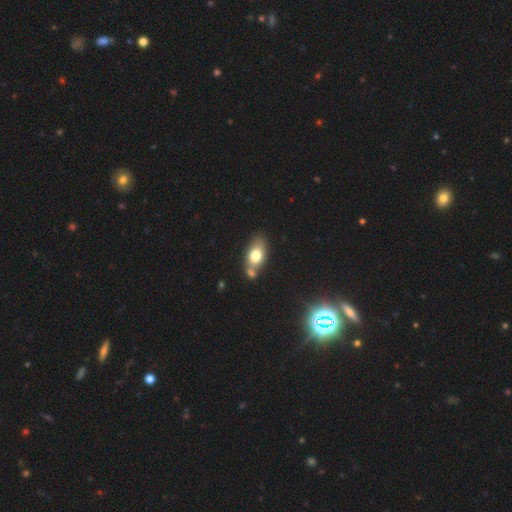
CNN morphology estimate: Q: Smooth or featured?
A: smooth (73%); runner-up: featured or disk (18%)
Q: How rounded?
A: in between (85%); runner-up: round (10%)
Q: Merging?
A: none (48%); runner-up: merger (32%)